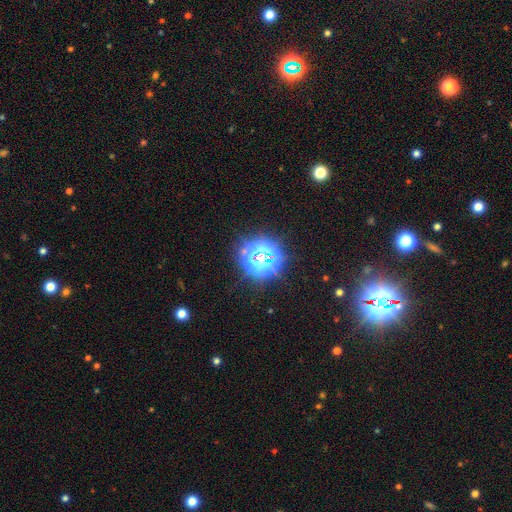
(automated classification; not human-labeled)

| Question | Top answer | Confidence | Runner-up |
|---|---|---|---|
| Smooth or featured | star or artifact | 73% | smooth (19%) |